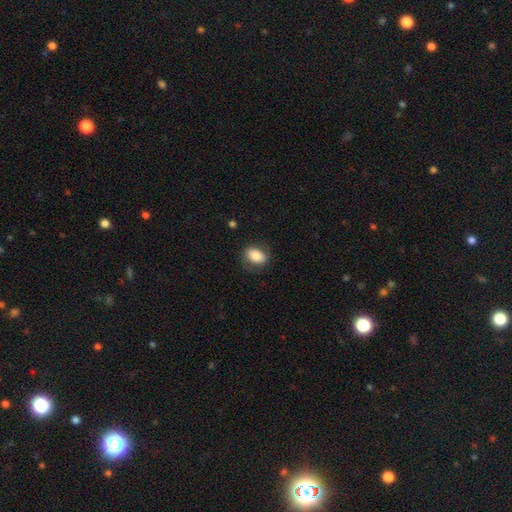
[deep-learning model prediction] This appears to be a smooth galaxy with no disk features (82%) that is in between round and cigar-shaped (79%). Merging: none (76%).